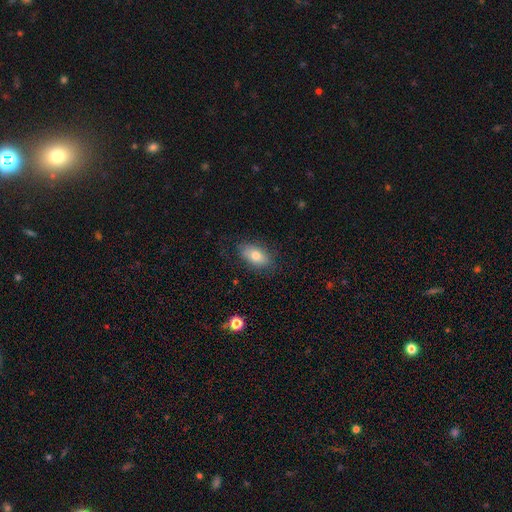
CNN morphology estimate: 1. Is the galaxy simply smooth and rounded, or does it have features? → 76% smooth, 16% featured or disk, 8% star or artifact.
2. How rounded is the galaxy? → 89% in between, 8% round, 3% cigar-shaped.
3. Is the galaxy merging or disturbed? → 81% none, 14% minor disturbance, 4% major disturbance, 1% merger.